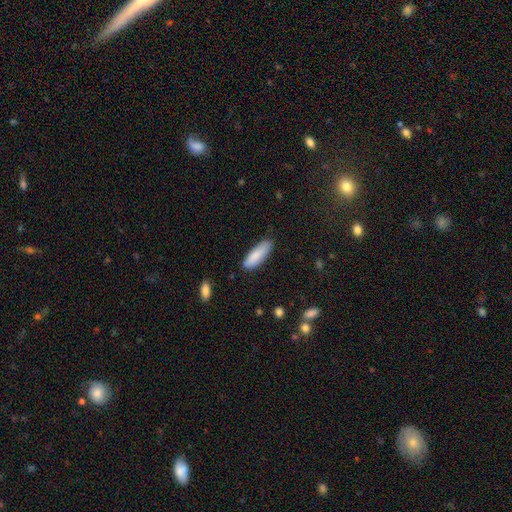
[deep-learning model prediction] smooth_or_featured: smooth (p=0.86) [alt: featured or disk p=0.08]
how_rounded: in between (p=0.53) [alt: cigar-shaped p=0.45]
merging: none (p=0.81) [alt: minor disturbance p=0.14]